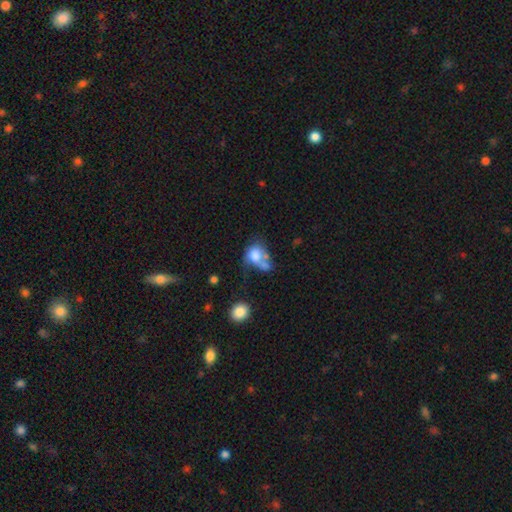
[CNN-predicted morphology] This is likely a smooth galaxy (70%). How rounded: possibly in between (51%). Merging: marginally merger (43%).